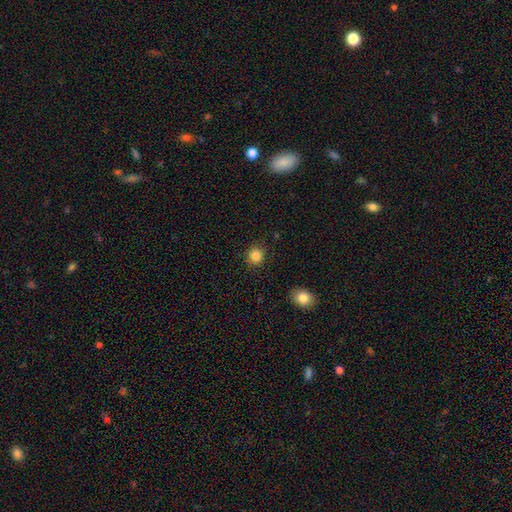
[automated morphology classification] A smooth galaxy with no disk features (85%) that is round (86%).

Vote fractions:
- Smooth or featured? smooth: 85% / star or artifact: 11% / featured or disk: 4%
- How rounded? round: 86% / in between: 13% / cigar-shaped: 1%
- Merging? none: 88% / minor disturbance: 8% / major disturbance: 2% / merger: 1%